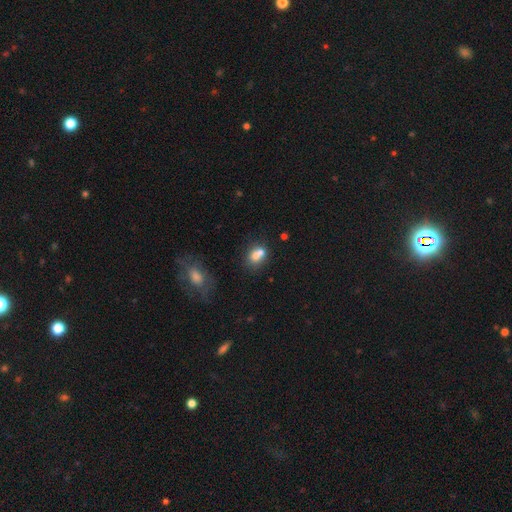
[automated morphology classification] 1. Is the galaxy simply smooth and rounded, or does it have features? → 72% smooth, 17% featured or disk, 11% star or artifact.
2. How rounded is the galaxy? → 53% in between, 45% round, 2% cigar-shaped.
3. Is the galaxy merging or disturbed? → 52% merger, 33% none, 10% minor disturbance, 5% major disturbance.